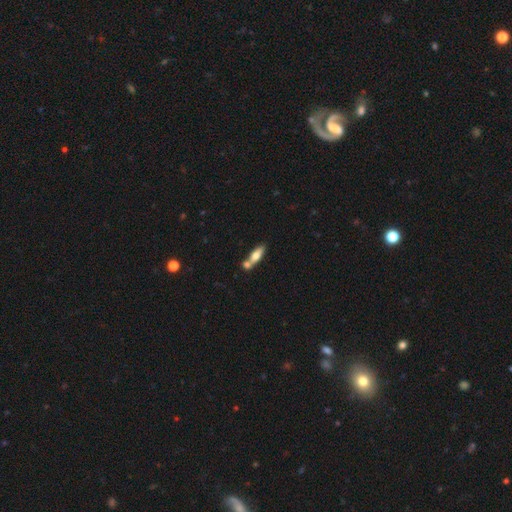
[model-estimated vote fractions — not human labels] Smooth or featured? smooth (62%)
How rounded? cigar-shaped (49%)
Merging? none (43%, tied with merger)